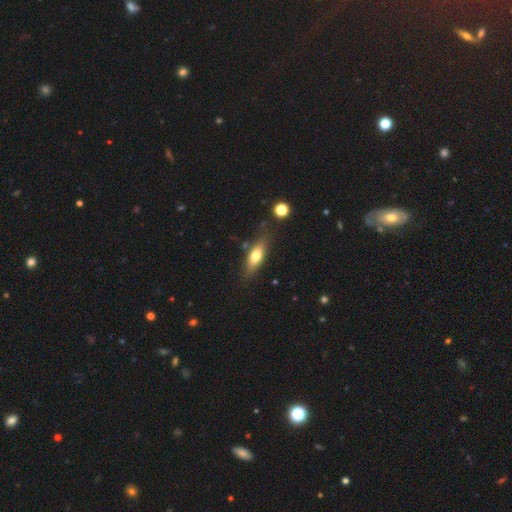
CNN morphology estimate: smooth_or_featured: smooth (p=0.67) [alt: featured or disk p=0.26]
how_rounded: in between (p=0.62) [alt: cigar-shaped p=0.35]
merging: none (p=0.75) [alt: minor disturbance p=0.16]